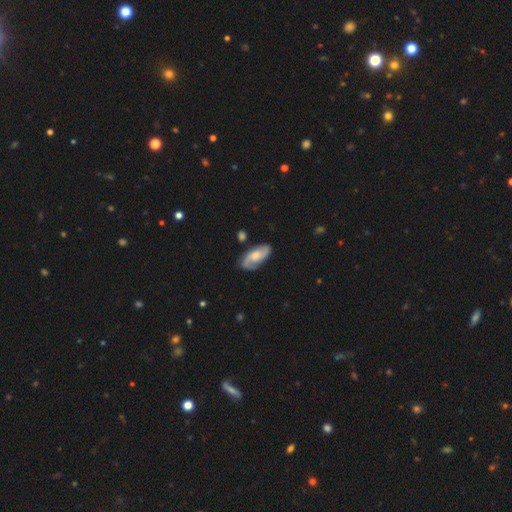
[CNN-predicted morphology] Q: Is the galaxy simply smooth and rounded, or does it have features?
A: featured or disk — 79%.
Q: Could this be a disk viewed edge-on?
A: no — 96%.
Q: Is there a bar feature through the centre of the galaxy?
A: no — 56%.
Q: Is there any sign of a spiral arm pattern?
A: yes — 96%.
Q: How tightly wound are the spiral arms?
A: medium — 50%.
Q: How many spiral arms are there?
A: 2 — 90%.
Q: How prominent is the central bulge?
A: moderate — 42%.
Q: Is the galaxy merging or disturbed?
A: none — 80%.